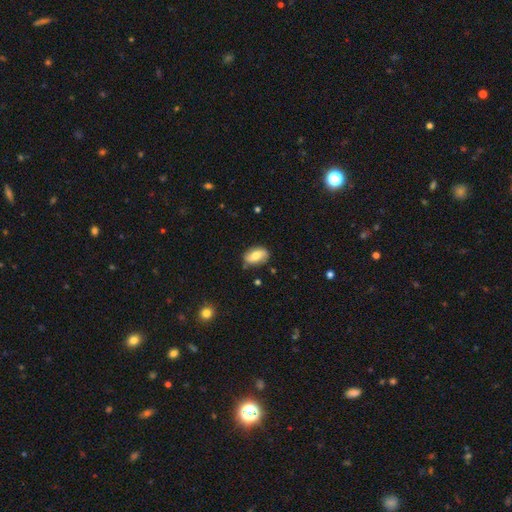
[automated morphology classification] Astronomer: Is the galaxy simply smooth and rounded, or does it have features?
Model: smooth — 55% (runner-up: featured or disk, 37%).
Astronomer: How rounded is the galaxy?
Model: in between — 89%.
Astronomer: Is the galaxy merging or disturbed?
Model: none — 75%.